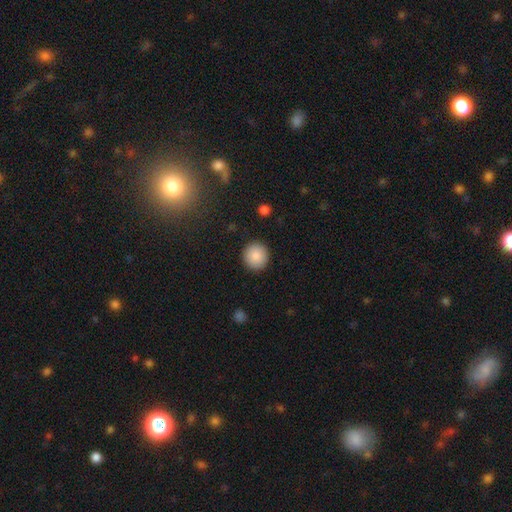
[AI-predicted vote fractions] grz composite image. It shows a smooth galaxy with no disk features (87%) that is round (94%). Merging: none (92%).